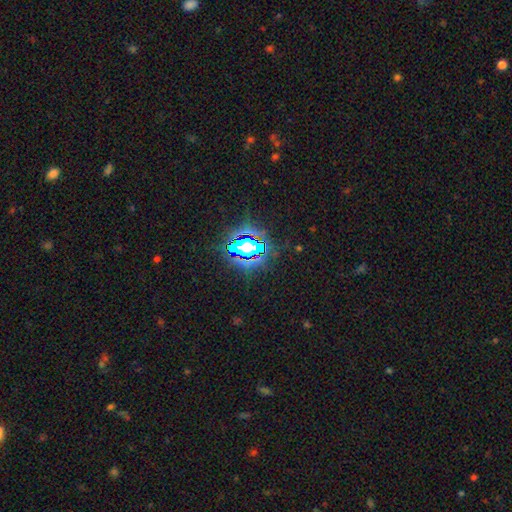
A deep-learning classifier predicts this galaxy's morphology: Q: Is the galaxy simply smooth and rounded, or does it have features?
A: star or artifact — 83%.